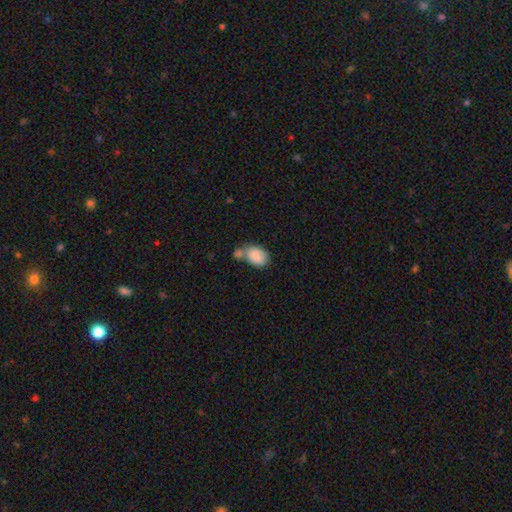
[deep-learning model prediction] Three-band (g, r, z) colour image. It shows a smooth galaxy with no disk features (86%) that is in between round and cigar-shaped (82%). Merging: merger (40%).